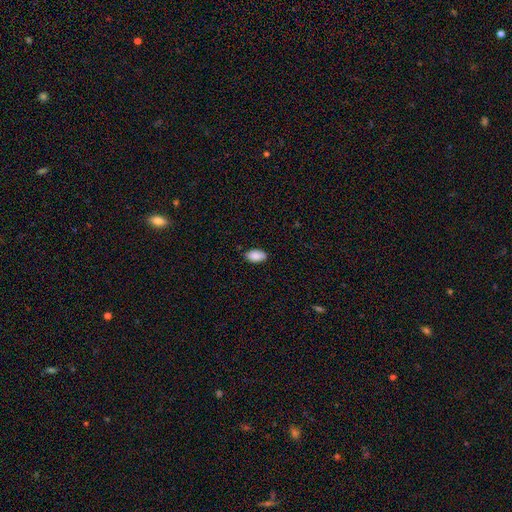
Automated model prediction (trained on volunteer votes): Smooth or featured?
  - smooth: 89% *
  - star or artifact: 7%
  - featured or disk: 5%
How rounded?
  - in between: 95% *
  - round: 4%
  - cigar-shaped: 2%
Merging?
  - none: 86% *
  - minor disturbance: 11%
  - major disturbance: 2%
  - merger: 1%